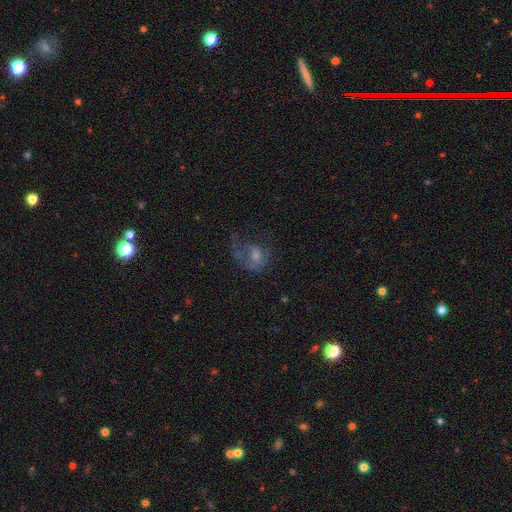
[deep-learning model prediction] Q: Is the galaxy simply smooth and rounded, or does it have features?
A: featured or disk — 48%.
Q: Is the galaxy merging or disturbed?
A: major disturbance — 45%.